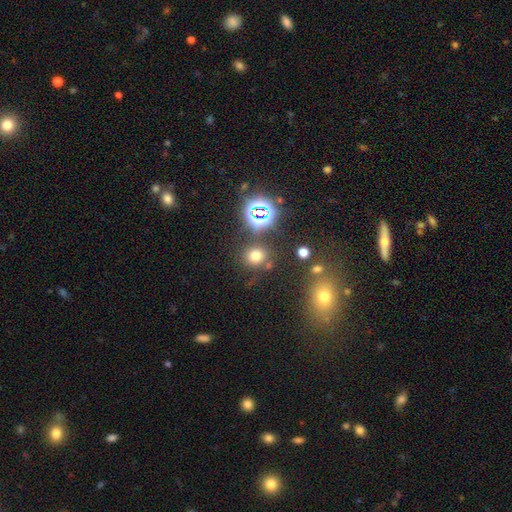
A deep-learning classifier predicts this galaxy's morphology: smooth 66%, star or artifact 27%, featured or disk 8%. Down the decision tree: how rounded — round (78%); merging — none (78%).